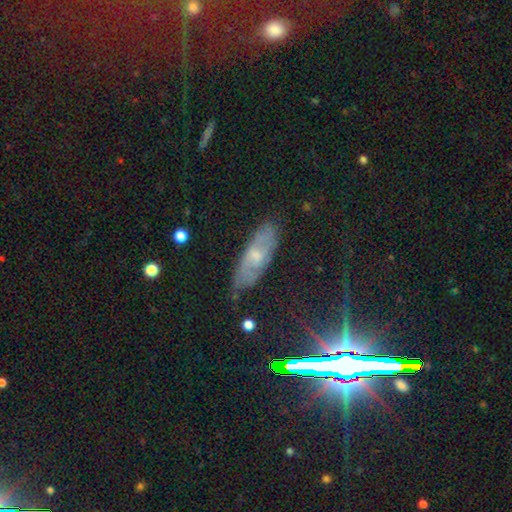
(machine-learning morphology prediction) Overall: featured or disk (48%; smooth 37%). Merging: none (75%).